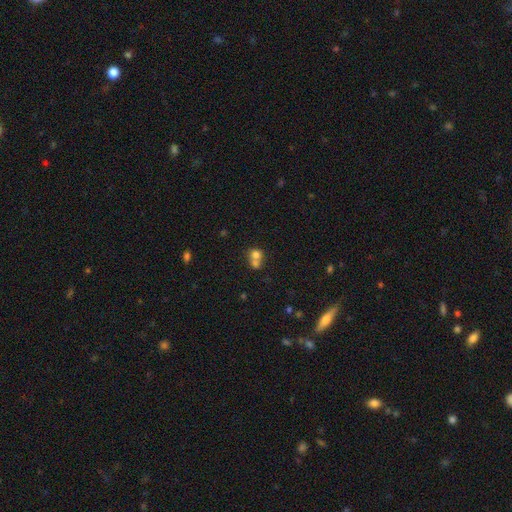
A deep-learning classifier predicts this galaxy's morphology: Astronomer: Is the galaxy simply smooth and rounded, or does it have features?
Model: smooth — 71%.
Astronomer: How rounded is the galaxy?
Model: round — 75%.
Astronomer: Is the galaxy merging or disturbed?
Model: merger — 64%.